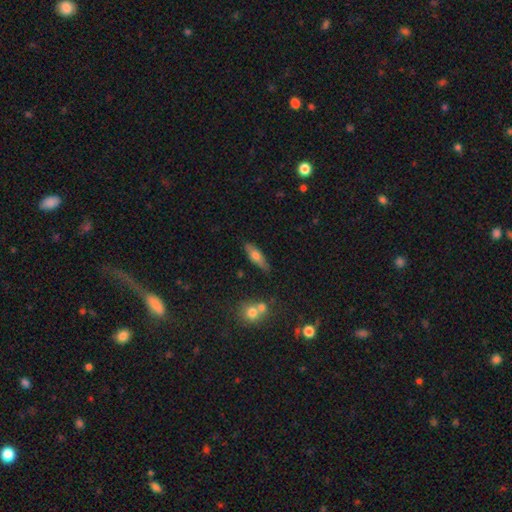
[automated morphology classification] Smooth or featured? Predicted: smooth (p=0.57). How rounded? Predicted: cigar-shaped (p=0.51). Merging? Predicted: none (p=0.78).